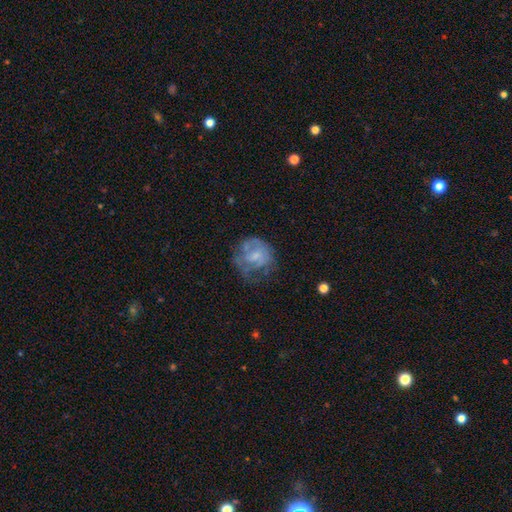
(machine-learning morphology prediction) type=featured or disk (51%); edge-on=no (98%); bar=no (67%); spiral arms=no (58%); bulge=small (38%); merging=none (42%).